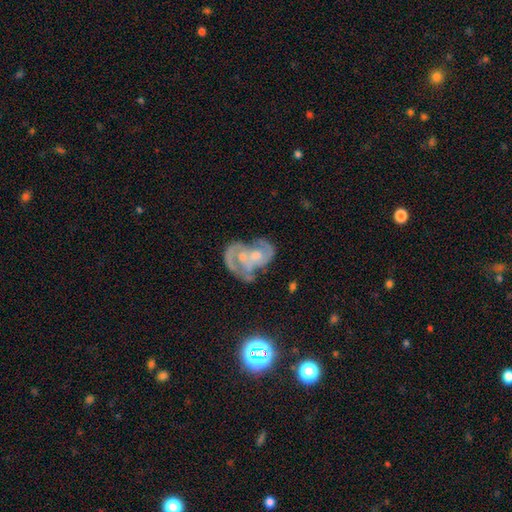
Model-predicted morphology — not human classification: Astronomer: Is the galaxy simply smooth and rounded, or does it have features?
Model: featured or disk — 72%.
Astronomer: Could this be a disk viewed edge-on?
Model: no — 97%.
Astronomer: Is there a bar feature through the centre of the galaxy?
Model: no — 66%.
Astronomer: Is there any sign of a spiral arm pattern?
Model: yes — 88%.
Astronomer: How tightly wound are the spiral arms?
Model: tight — 47% (runner-up: medium, 40%).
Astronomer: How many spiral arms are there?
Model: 2 — 34% (runner-up: 3, 23%).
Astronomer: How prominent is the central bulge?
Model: small — 62%.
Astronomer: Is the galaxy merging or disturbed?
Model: none — 50%.